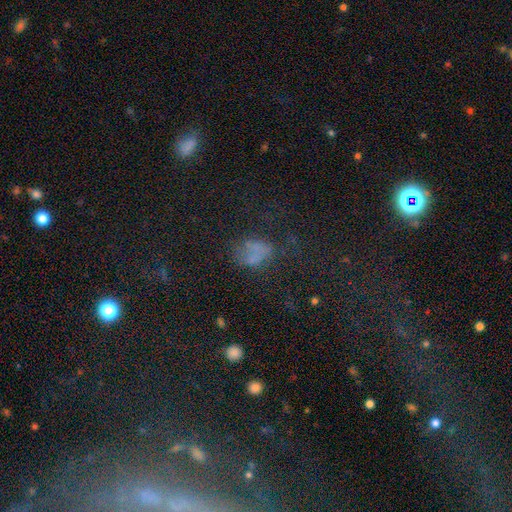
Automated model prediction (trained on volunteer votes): Smooth or featured: smooth — 54% (star or artifact — 25%)
How rounded: in between — 74% (round — 24%)
Merging: none — 43% (major disturbance — 26%)